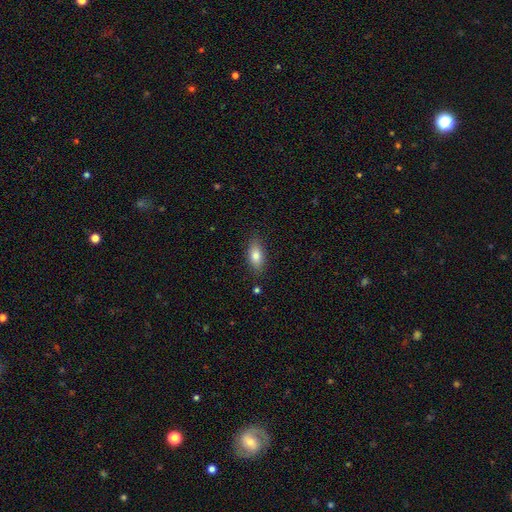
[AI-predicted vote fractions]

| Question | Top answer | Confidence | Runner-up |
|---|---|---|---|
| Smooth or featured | smooth | 82% | featured or disk (11%) |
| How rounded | in between | 88% | cigar-shaped (7%) |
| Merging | none | 85% | minor disturbance (11%) |